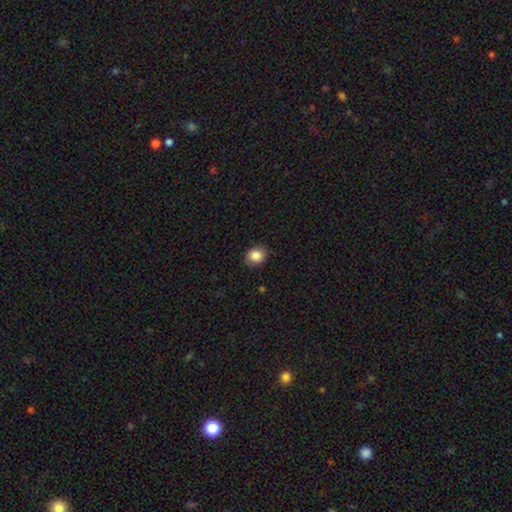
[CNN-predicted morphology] smooth 86%, star or artifact 9%, featured or disk 5%. Down the decision tree: how rounded — round (71%); merging — none (86%).